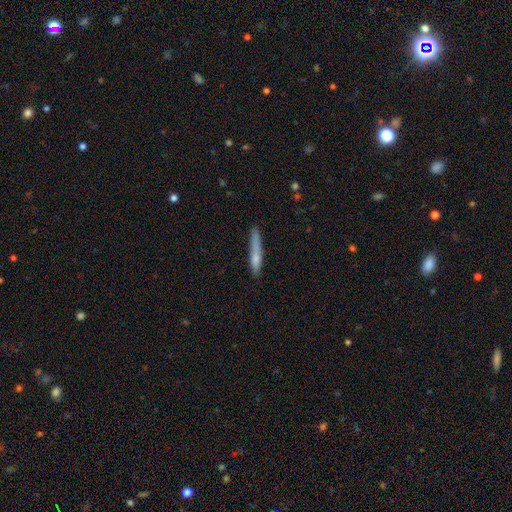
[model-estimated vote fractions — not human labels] smooth 67%, featured or disk 26%, star or artifact 7%. Down the decision tree: how rounded — cigar-shaped (93%); merging — none (71%).